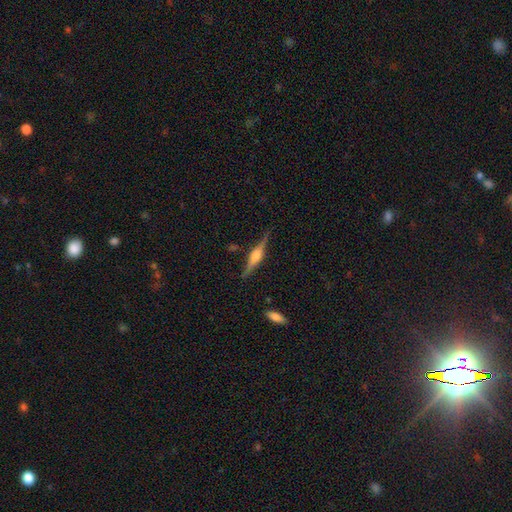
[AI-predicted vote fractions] Smooth or featured?
  - featured or disk: 78% *
  - smooth: 16%
  - star or artifact: 6%
Edge-on disk?
  - yes: 98% *
  - no: 2%
Edge-on bulge?
  - rounded: 78% *
  - boxy: 19%
  - none: 3%
Merging?
  - none: 85% *
  - minor disturbance: 11%
  - major disturbance: 3%
  - merger: 2%